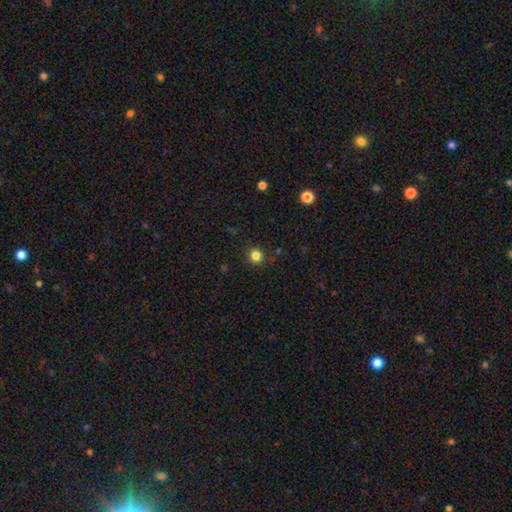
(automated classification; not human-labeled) Overall: smooth (83%). How rounded: round (90%). Merging: none (87%).